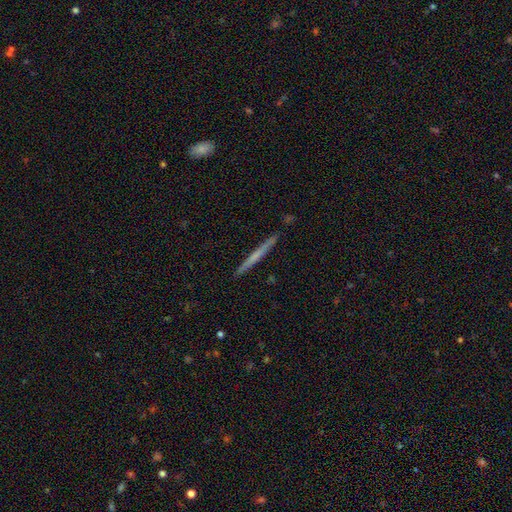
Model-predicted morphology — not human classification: featured or disk 51%, smooth 43%, star or artifact 6%. Down the decision tree: edge-on disk — yes (98%); merging — none (91%).